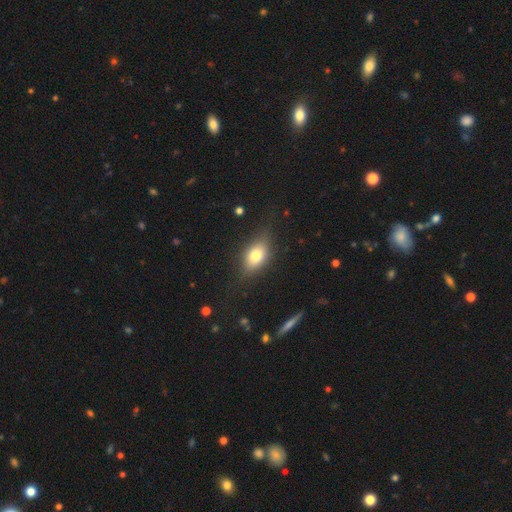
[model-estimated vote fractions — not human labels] Smooth or featured?
  - smooth: 72% *
  - featured or disk: 18%
  - star or artifact: 10%
How rounded?
  - in between: 80% *
  - round: 15%
  - cigar-shaped: 5%
Merging?
  - none: 76% *
  - minor disturbance: 16%
  - major disturbance: 6%
  - merger: 1%